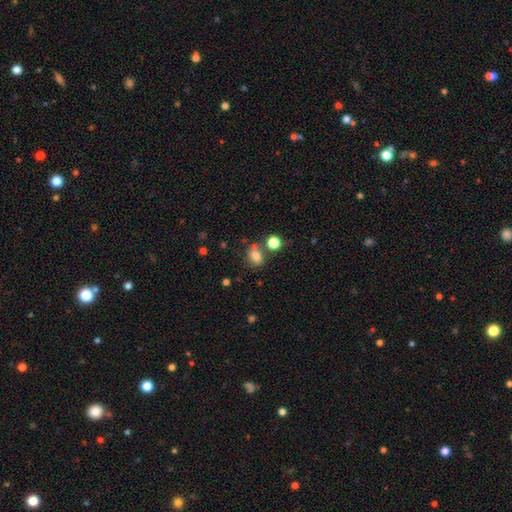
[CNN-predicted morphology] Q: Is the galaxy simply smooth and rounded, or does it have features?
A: smooth — 76%.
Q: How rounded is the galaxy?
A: round — 50%.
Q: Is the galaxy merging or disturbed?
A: none — 63%.